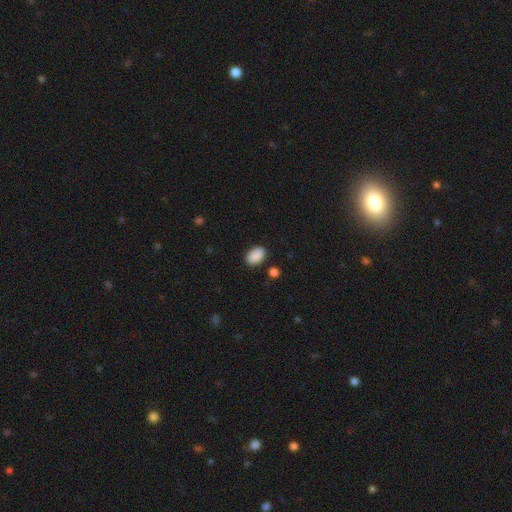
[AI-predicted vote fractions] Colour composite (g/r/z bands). It shows a smooth galaxy with no disk features (90%) that is in between round and cigar-shaped (87%). Merging: none (85%).